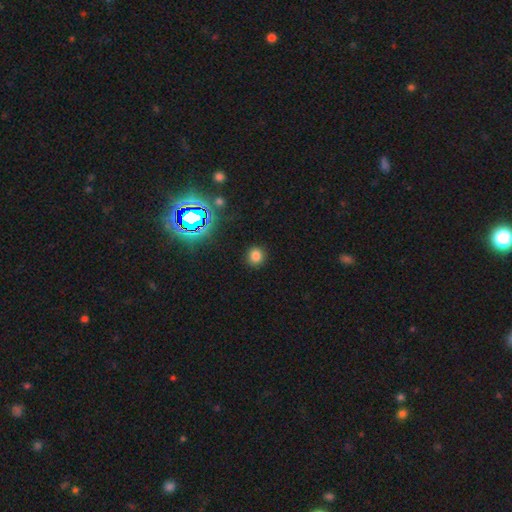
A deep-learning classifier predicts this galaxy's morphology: A smooth galaxy with no disk features (76%) that is round (85%). Merging: none (89%).